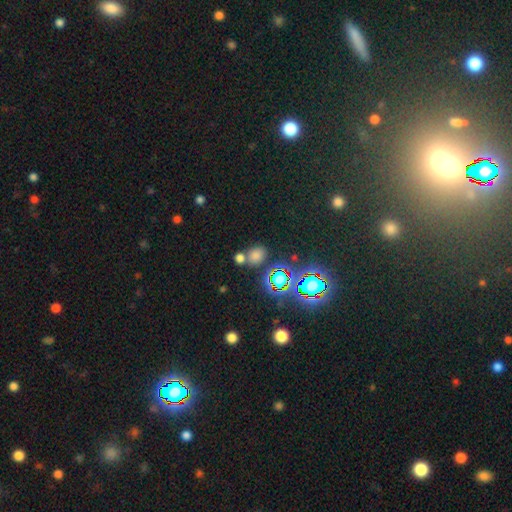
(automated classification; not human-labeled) The model was most divided on "how rounded": round: 55%, in between: 43%, cigar-shaped: 2%. More confident: smooth or featured — smooth (64%); merging — none (59%).